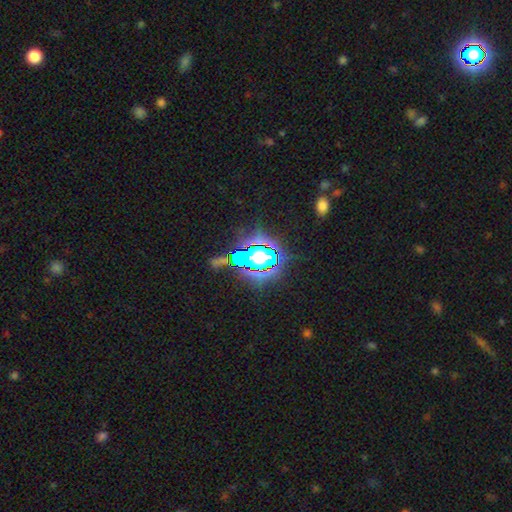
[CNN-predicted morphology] type=star or artifact (83%).